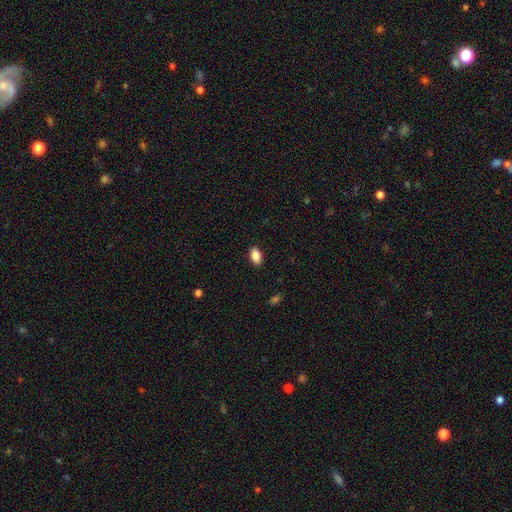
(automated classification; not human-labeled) Smooth or featured?
  - smooth: 87% *
  - star or artifact: 8%
  - featured or disk: 5%
How rounded?
  - in between: 91% *
  - round: 6%
  - cigar-shaped: 3%
Merging?
  - none: 89% *
  - minor disturbance: 8%
  - major disturbance: 2%
  - merger: 1%